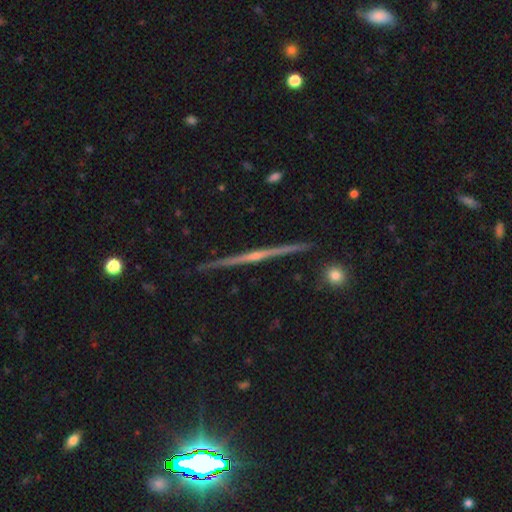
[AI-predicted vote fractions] smooth-or-featured: featured or disk: 83% | smooth: 10% | star or artifact: 7%
  disk-edge-on: yes: 98% | no: 2%
    edge-on-bulge: rounded: 73% | none: 21% | boxy: 6%
  merging: none: 91% | minor disturbance: 7% | merger: 1% | major disturbance: 1%